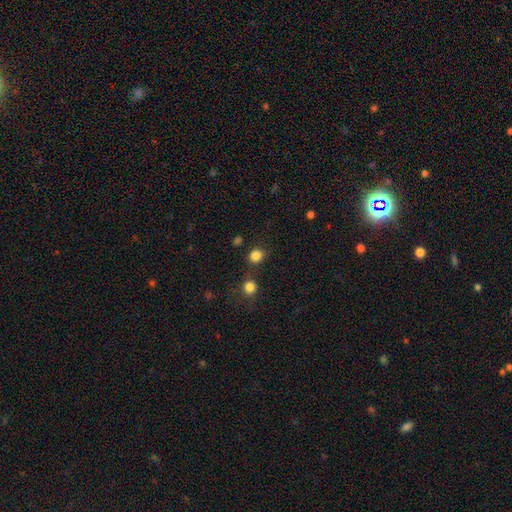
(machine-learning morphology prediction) smooth 83%, star or artifact 13%, featured or disk 4%. Down the decision tree: how rounded — round (75%); merging — none (74%).